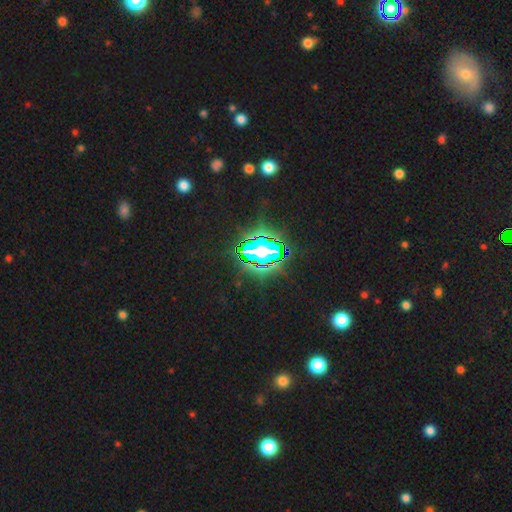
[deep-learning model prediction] smooth-or-featured: star or artifact: 76% | smooth: 14% | featured or disk: 10%